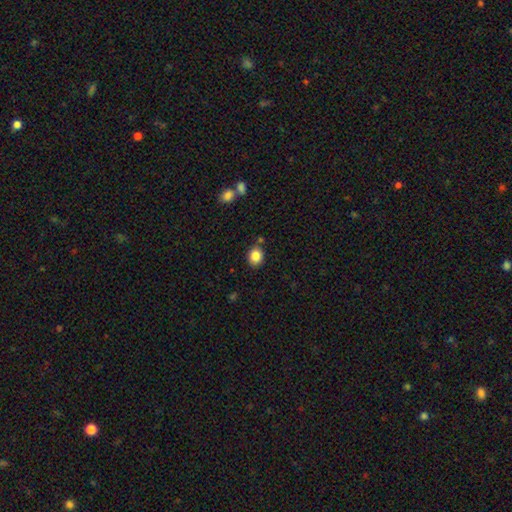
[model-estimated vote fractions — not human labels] A smooth galaxy with no disk features (85%) that is round (61%).

Vote fractions:
- Smooth or featured? smooth: 85% / star or artifact: 10% / featured or disk: 5%
- How rounded? round: 61% / in between: 38% / cigar-shaped: 1%
- Merging? none: 81% / minor disturbance: 11% / merger: 6% / major disturbance: 3%